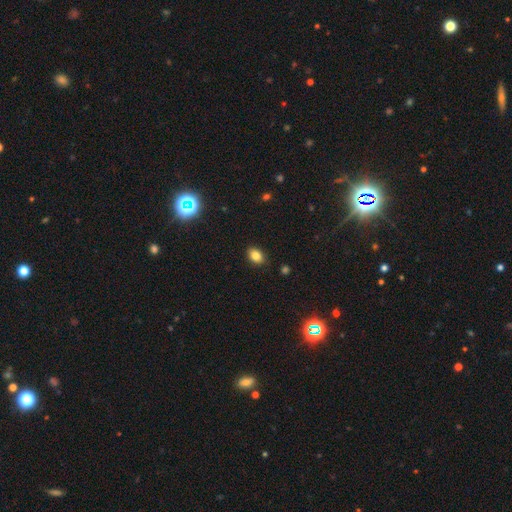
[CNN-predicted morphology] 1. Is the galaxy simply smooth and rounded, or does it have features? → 83% smooth, 12% star or artifact, 5% featured or disk.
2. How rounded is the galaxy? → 76% in between, 23% round, 1% cigar-shaped.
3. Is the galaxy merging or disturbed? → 87% none, 10% minor disturbance, 2% major disturbance, 1% merger.